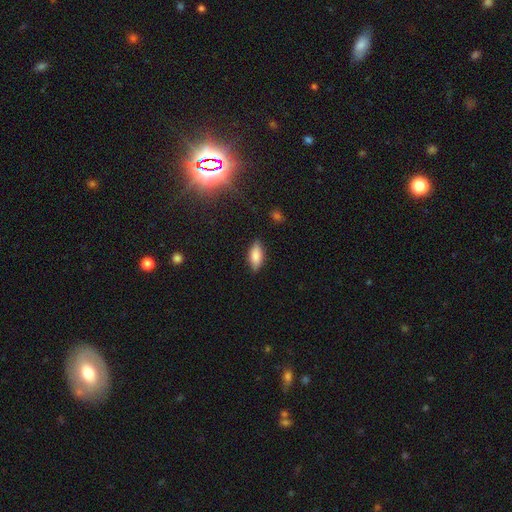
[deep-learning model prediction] A smooth galaxy with no disk features (78%) that is in between round and cigar-shaped (79%).

Vote fractions:
- Smooth or featured? smooth: 78% / featured or disk: 15% / star or artifact: 7%
- How rounded? in between: 79% / cigar-shaped: 18% / round: 3%
- Merging? none: 83% / minor disturbance: 13% / major disturbance: 3% / merger: 1%